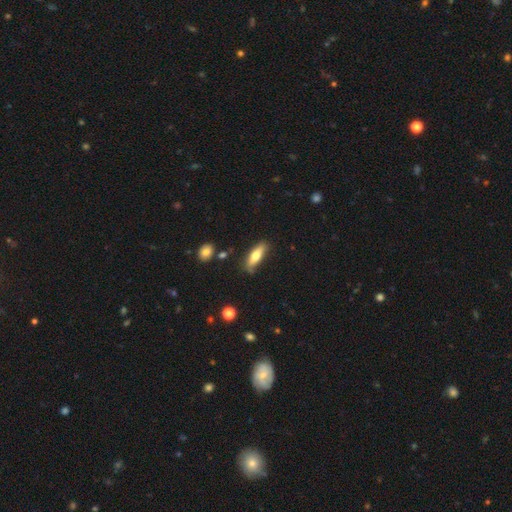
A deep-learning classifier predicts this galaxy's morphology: smooth 68%, featured or disk 26%, star or artifact 6%. Down the decision tree: how rounded — in between (49%); merging — none (75%).